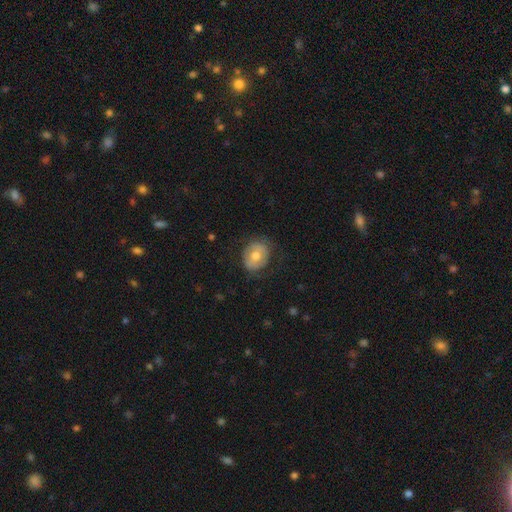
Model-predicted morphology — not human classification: Smooth or featured? smooth (61%)
How rounded? round (60%)
Merging? none (73%)